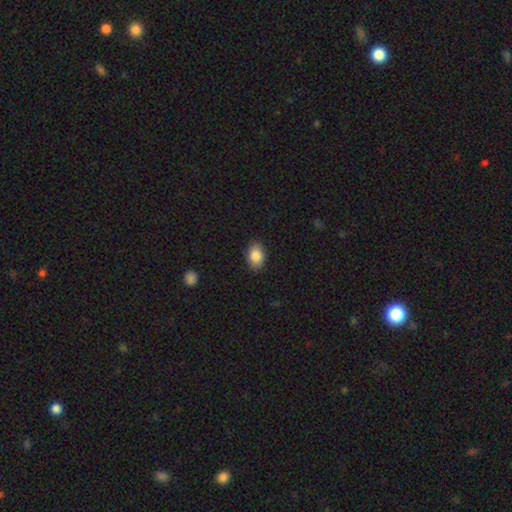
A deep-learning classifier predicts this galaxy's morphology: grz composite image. It shows a smooth galaxy with no disk features (86%) that is in between round and cigar-shaped (82%). Merging: none (88%).